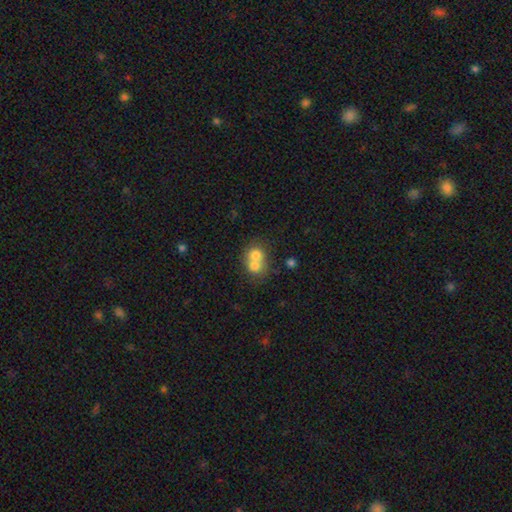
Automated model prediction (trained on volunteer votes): smooth-or-featured: smooth: 71% | featured or disk: 19% | star or artifact: 10%
  how-rounded: round: 72% | in between: 27% | cigar-shaped: 1%
  merging: merger: 71% | none: 22% | minor disturbance: 5% | major disturbance: 2%